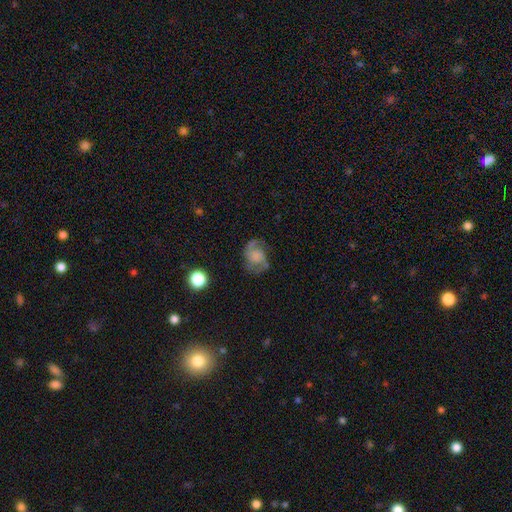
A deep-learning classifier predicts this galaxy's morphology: type=featured or disk (75%); edge-on=no (98%); bar=no (68%); spiral arms=yes (94%); winding=medium (52%); arm count=2 (87%); bulge=none (38%); merging=none (67%).